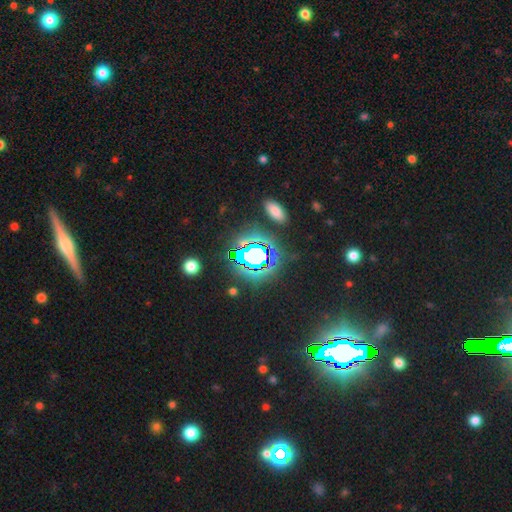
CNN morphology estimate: Smooth or featured? star or artifact (65%)